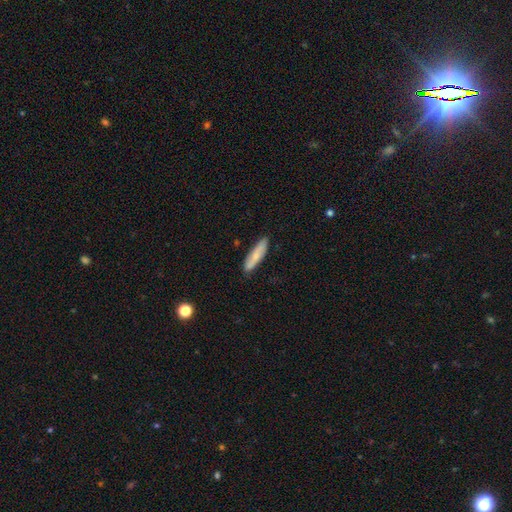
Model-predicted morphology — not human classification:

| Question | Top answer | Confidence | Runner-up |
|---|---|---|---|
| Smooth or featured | smooth | 73% | featured or disk (21%) |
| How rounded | cigar-shaped | 77% | in between (21%) |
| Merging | none | 85% | minor disturbance (11%) |